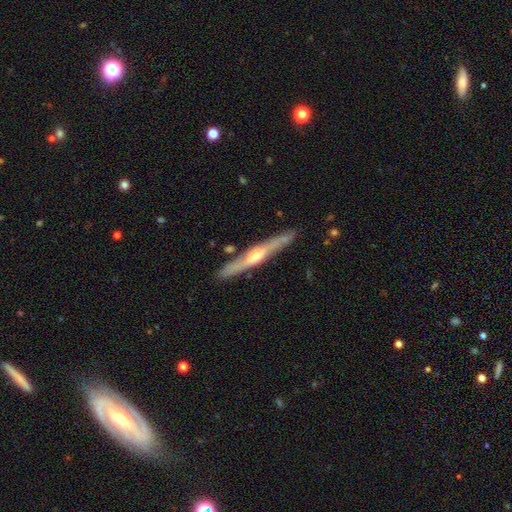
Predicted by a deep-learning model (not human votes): featured or disk 68%, smooth 27%, star or artifact 5%. Down the decision tree: edge-on disk — yes (94%); edge-on bulge — rounded (77%); merging — none (85%).